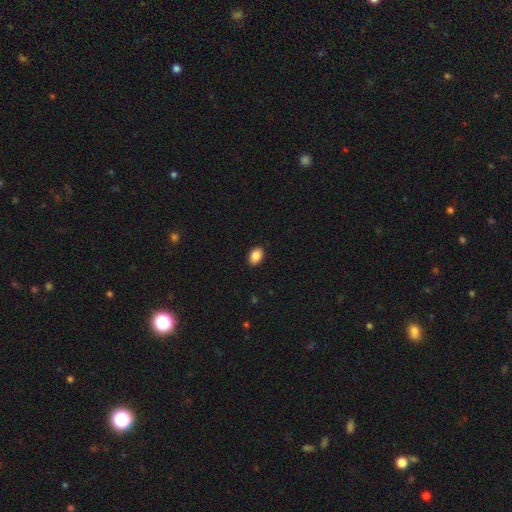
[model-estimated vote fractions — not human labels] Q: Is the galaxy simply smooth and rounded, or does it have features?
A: smooth — 88%.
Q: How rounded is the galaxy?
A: in between — 84%.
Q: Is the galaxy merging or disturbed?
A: none — 90%.